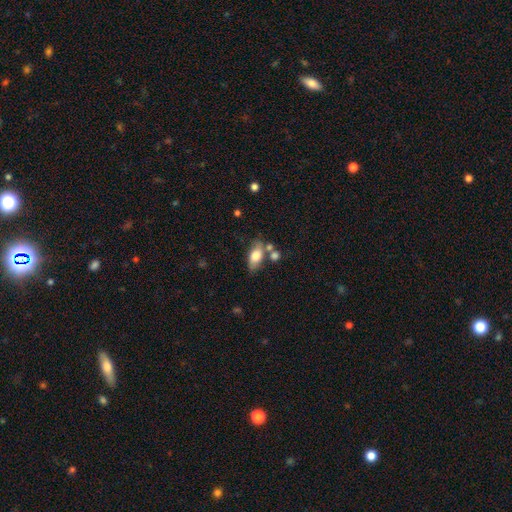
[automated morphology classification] Smooth or featured? Predicted: smooth (p=0.72). How rounded? Predicted: in between (p=0.86). Merging? Predicted: none (p=0.58).